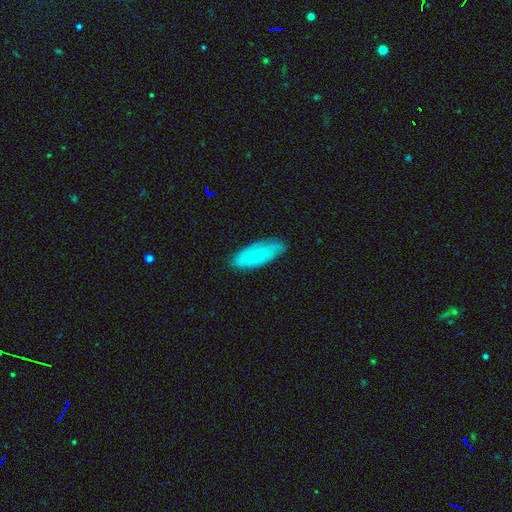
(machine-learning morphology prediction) type=smooth (67%); roundness=in between (69%); merging=none (81%).